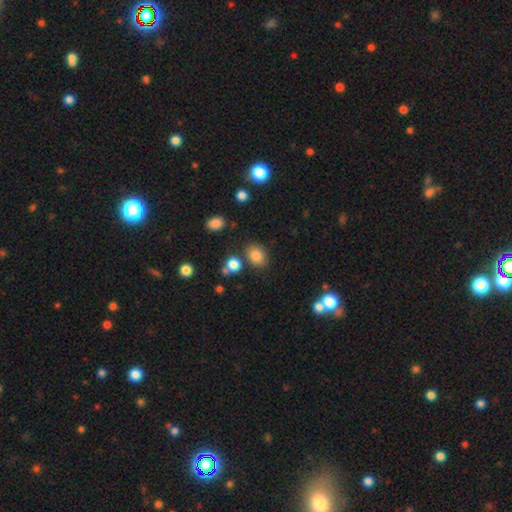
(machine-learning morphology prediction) Overall: smooth (82%). How rounded: in between (57%; round 42%). Merging: none (76%).